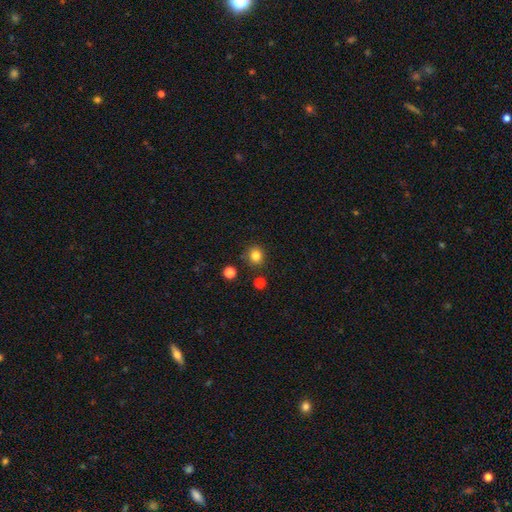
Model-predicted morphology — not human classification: smooth 82%, star or artifact 13%, featured or disk 5%. Down the decision tree: how rounded — round (86%); merging — none (86%).